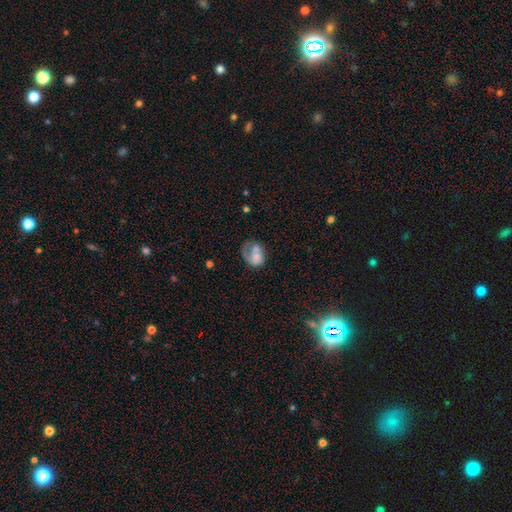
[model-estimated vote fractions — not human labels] Q: Smooth or featured?
A: smooth (51%); runner-up: featured or disk (40%)
Q: How rounded?
A: in between (64%); runner-up: round (35%)
Q: Merging?
A: major disturbance (33%); runner-up: merger (25%)